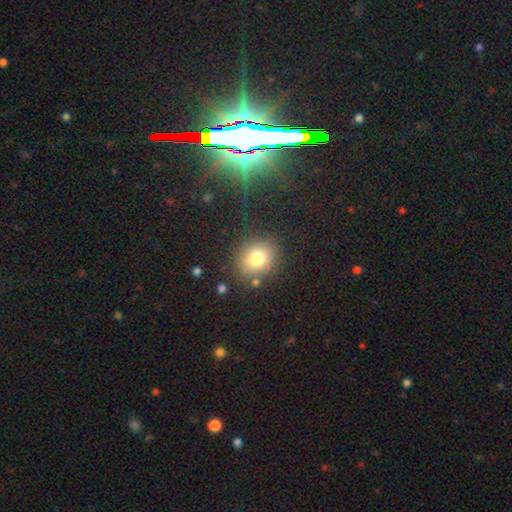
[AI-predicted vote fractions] smooth-or-featured: smooth: 75% | star or artifact: 16% | featured or disk: 9%
  how-rounded: round: 73% | in between: 26% | cigar-shaped: 1%
  merging: none: 84% | minor disturbance: 9% | merger: 4% | major disturbance: 3%